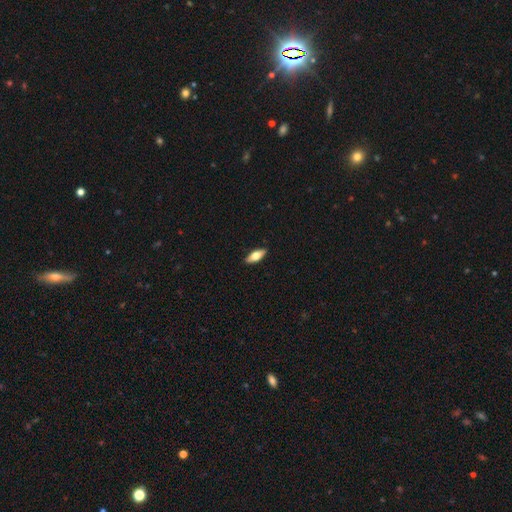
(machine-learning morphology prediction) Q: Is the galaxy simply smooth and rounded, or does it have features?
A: smooth — 63%.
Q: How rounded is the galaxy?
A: in between — 70%.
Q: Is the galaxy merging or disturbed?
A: none — 90%.